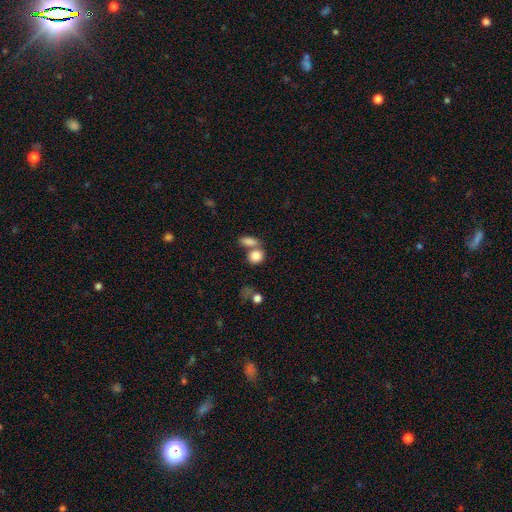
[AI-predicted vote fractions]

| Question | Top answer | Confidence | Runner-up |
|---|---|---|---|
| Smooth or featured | smooth | 83% | star or artifact (9%) |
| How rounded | round | 54% | in between (44%) |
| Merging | none | 44% | merger (40%) |